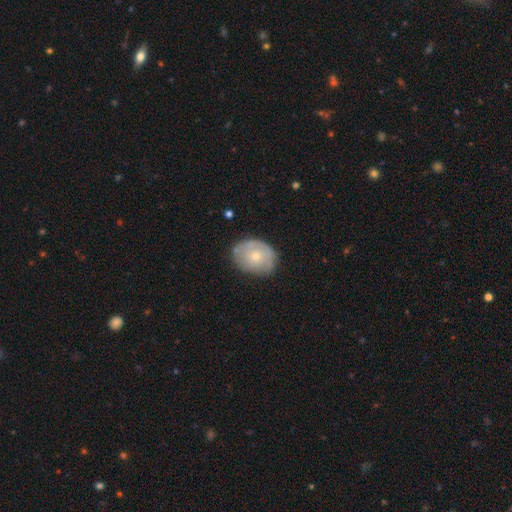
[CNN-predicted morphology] smooth-or-featured: smooth: 51% | featured or disk: 42% | star or artifact: 7%
  how-rounded: in between: 56% | round: 43% | cigar-shaped: 1%
  merging: none: 69% | minor disturbance: 24% | major disturbance: 6% | merger: 2%